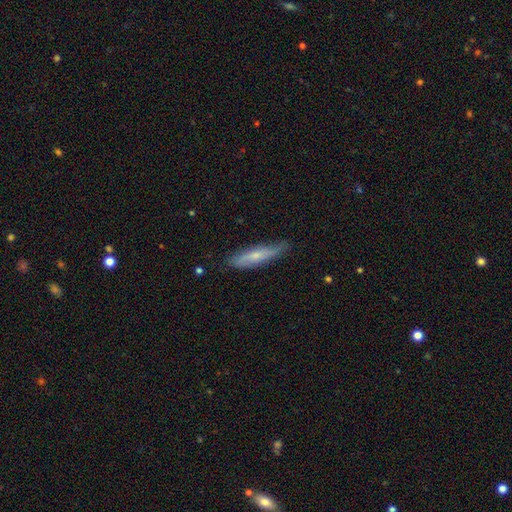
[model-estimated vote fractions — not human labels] smooth-or-featured: smooth: 51% | featured or disk: 42% | star or artifact: 7%
  how-rounded: cigar-shaped: 78% | in between: 20% | round: 2%
  merging: none: 72% | minor disturbance: 23% | major disturbance: 4% | merger: 1%